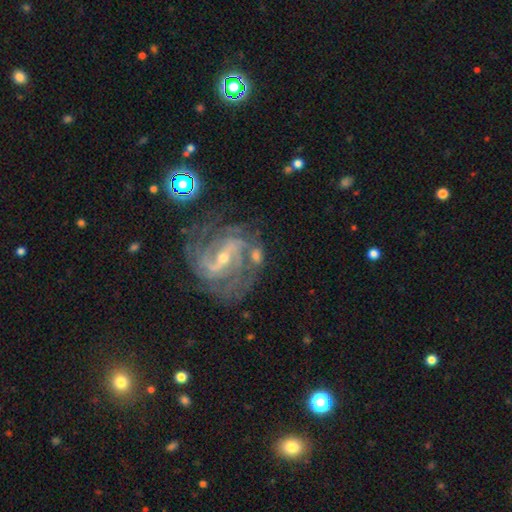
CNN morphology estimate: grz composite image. It shows a featured or disk galaxy (88%) with a strong bar (44%), 2 (37%) tight (49%) spiral arms (96%) and a small central bulge (60%). Merging: none (63%).